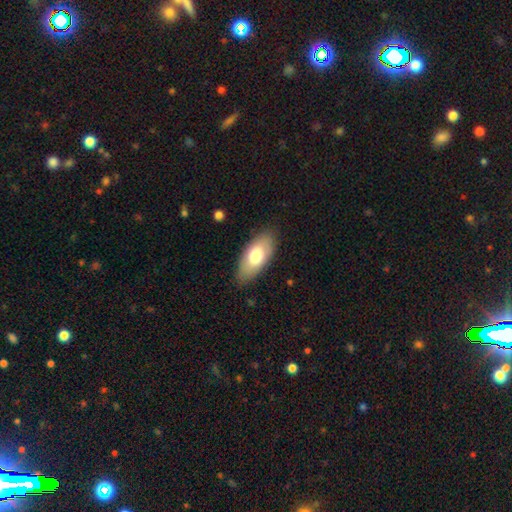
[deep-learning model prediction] smooth 71%, featured or disk 23%, star or artifact 6%. Down the decision tree: how rounded — in between (90%); merging — none (84%).